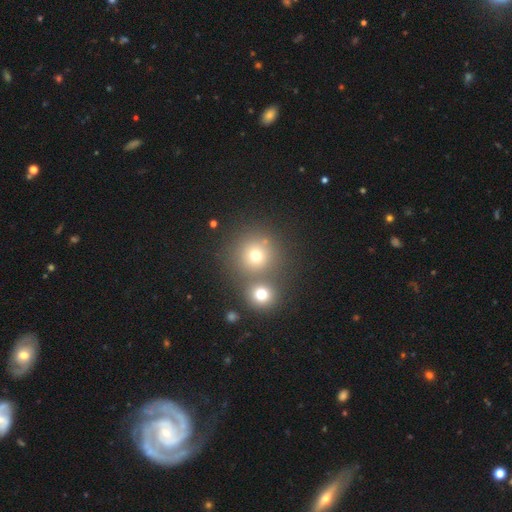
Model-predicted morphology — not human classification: Smooth or featured? Predicted: smooth (p=0.71). How rounded? Predicted: round (p=0.91). Merging? Predicted: none (p=0.55).